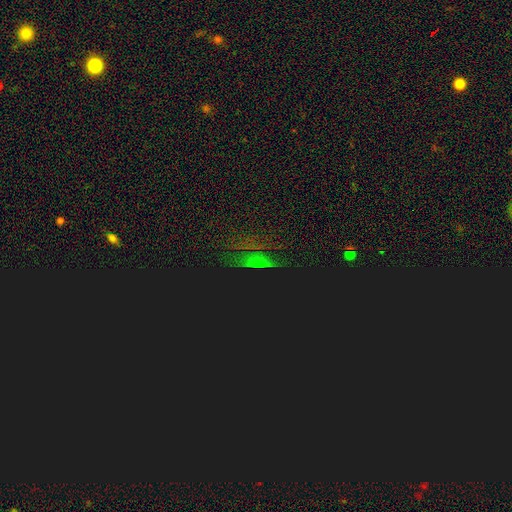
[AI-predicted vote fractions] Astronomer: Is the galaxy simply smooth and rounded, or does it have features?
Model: star or artifact — 72%.